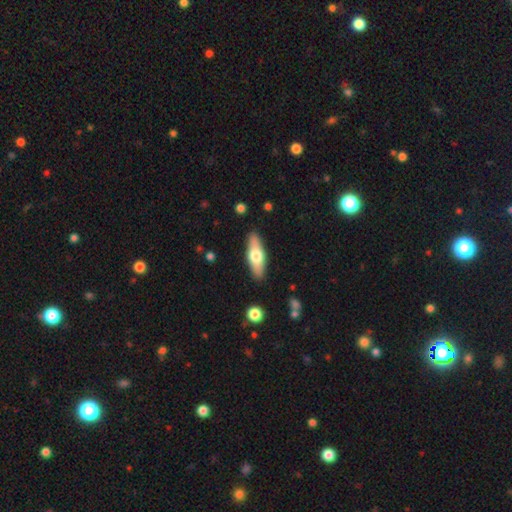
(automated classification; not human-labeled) Overall: smooth (56%; featured or disk 39%). How rounded: in between (52%; cigar-shaped 46%). Merging: none (88%).